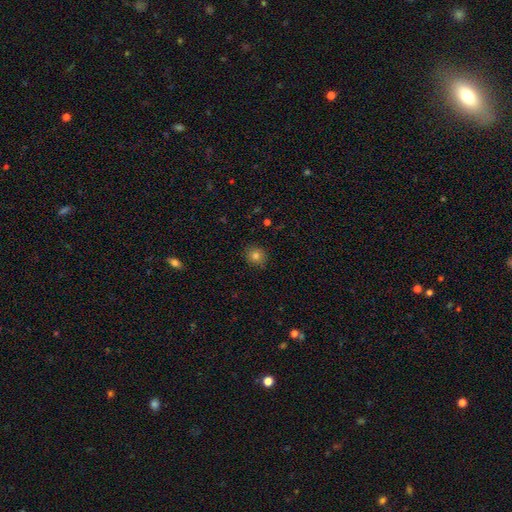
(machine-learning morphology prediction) A smooth galaxy with no disk features (80%) that is round (87%). Merging: none (88%).